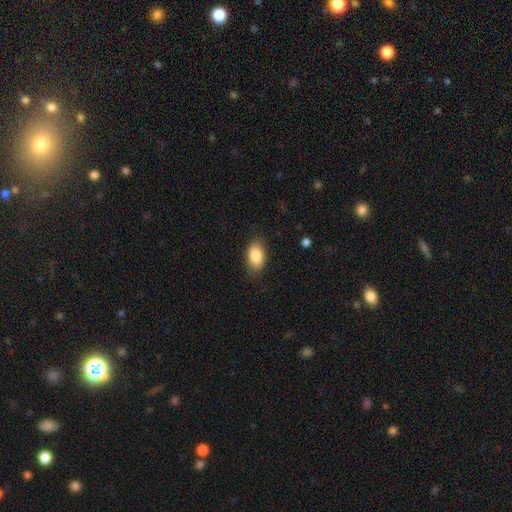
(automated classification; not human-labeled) smooth-or-featured: smooth: 85% | featured or disk: 8% | star or artifact: 7%
  how-rounded: in between: 92% | round: 6% | cigar-shaped: 2%
  merging: none: 84% | minor disturbance: 12% | major disturbance: 3% | merger: 1%